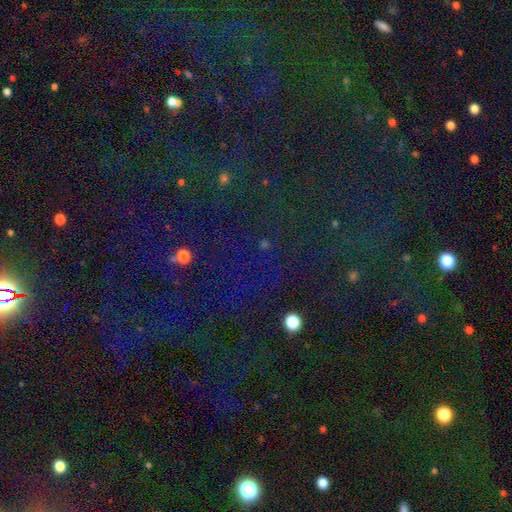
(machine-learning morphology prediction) smooth-or-featured: star or artifact: 79% | smooth: 13% | featured or disk: 8%